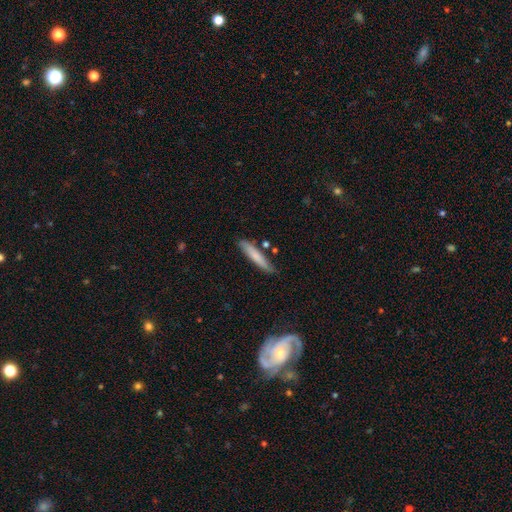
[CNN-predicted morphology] Smooth or featured: smooth — 75% (featured or disk — 20%)
How rounded: cigar-shaped — 90% (in between — 9%)
Merging: none — 80% (minor disturbance — 14%)